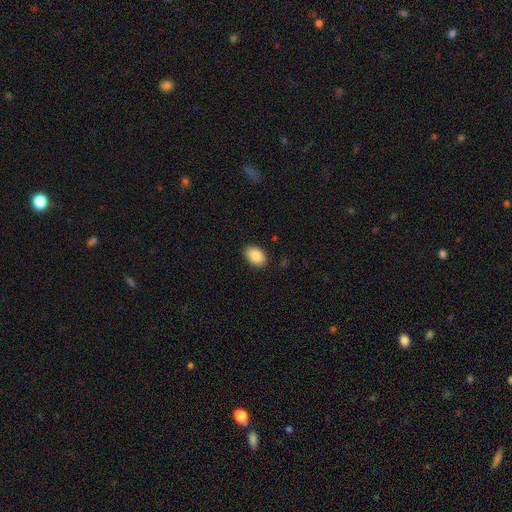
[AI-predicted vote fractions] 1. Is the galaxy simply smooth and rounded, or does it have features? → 88% smooth, 7% star or artifact, 5% featured or disk.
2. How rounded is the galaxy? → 87% in between, 12% round, 1% cigar-shaped.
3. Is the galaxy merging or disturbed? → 88% none, 9% minor disturbance, 2% major disturbance, 1% merger.